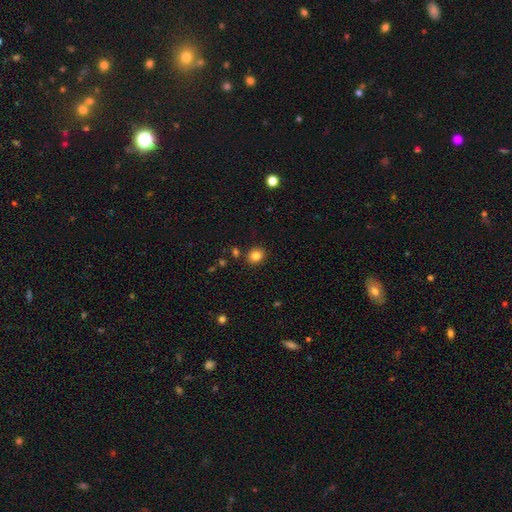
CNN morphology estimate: Smooth or featured? smooth (83%)
How rounded? round (72%)
Merging? none (87%)